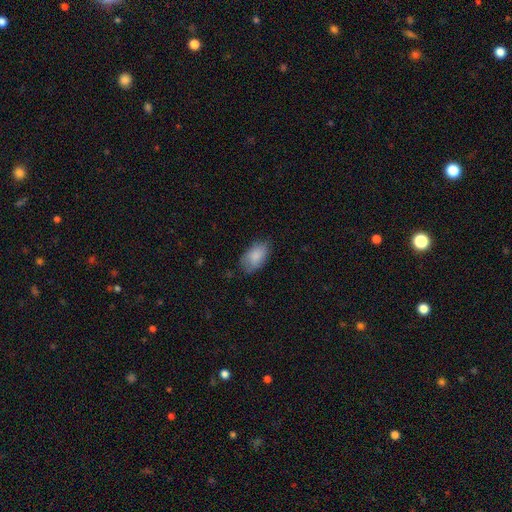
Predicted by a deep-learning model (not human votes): A smooth galaxy with no disk features (86%) that is in between round and cigar-shaped (93%).

Vote fractions:
- Smooth or featured? smooth: 86% / featured or disk: 7% / star or artifact: 7%
- How rounded? in between: 93% / round: 5% / cigar-shaped: 2%
- Merging? none: 73% / minor disturbance: 21% / major disturbance: 5% / merger: 1%